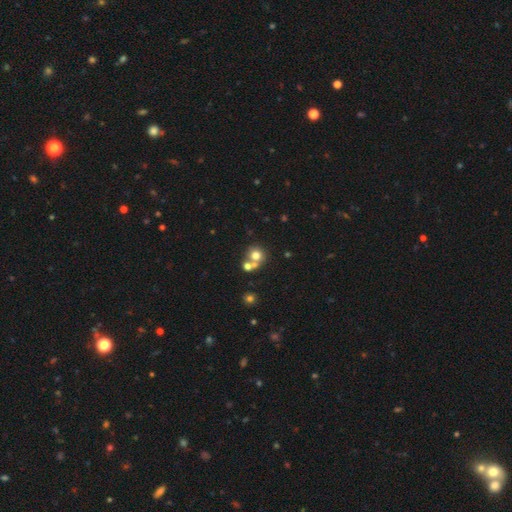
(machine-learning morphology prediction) A smooth galaxy with no disk features (69%) that is round (83%). Merging: none (47%).